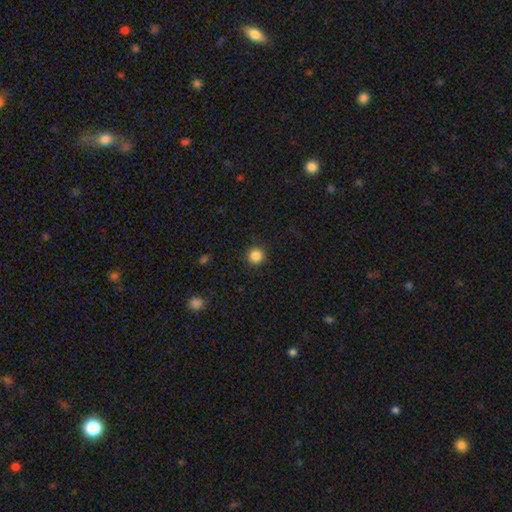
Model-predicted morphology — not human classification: smooth-or-featured: smooth: 86% | star or artifact: 11% | featured or disk: 3%
  how-rounded: round: 95% | in between: 4% | cigar-shaped: 1%
  merging: none: 92% | minor disturbance: 5% | major disturbance: 2% | merger: 1%